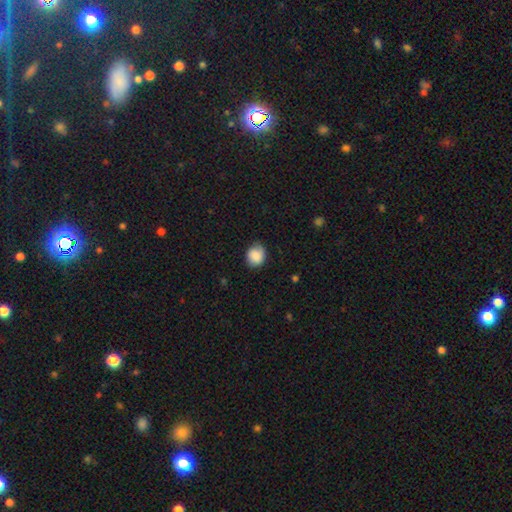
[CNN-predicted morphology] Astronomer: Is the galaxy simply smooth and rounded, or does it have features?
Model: smooth — 86%.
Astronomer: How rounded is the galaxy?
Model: round — 71%.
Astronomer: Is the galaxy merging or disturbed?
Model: none — 73%.